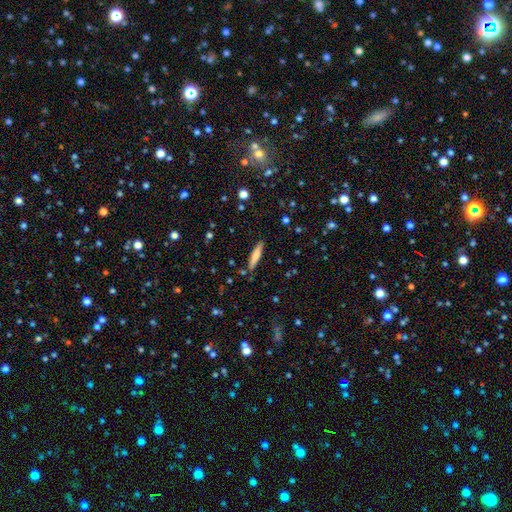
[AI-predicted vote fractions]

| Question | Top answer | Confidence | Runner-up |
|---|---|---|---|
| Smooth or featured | smooth | 69% | featured or disk (24%) |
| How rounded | cigar-shaped | 88% | in between (11%) |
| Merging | none | 88% | minor disturbance (8%) |